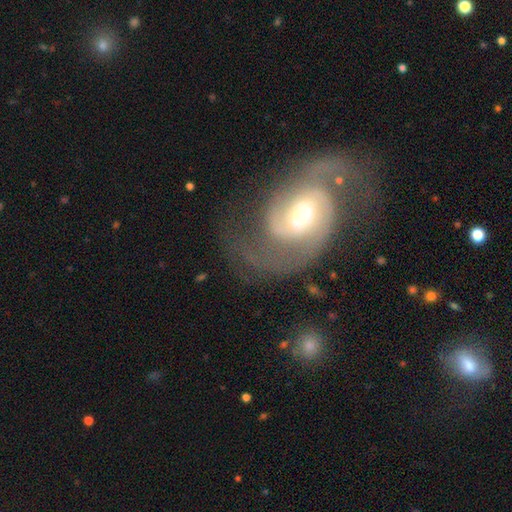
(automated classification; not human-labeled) This appears to be a featured or disk galaxy (91%) with a weak bar (49%), 2 (91%) medium (53%) spiral arms (98%) and a moderate central bulge (53%). Merging: none (78%).